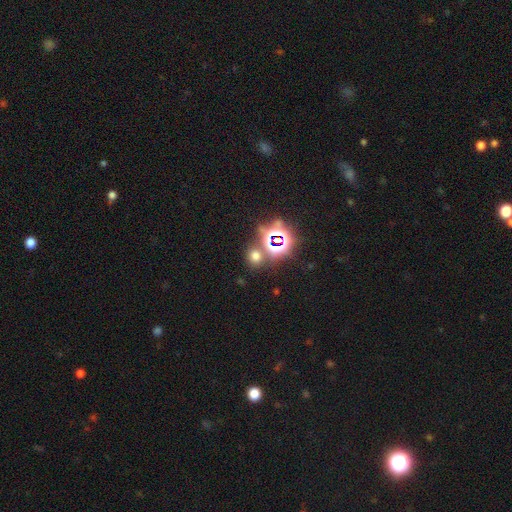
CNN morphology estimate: smooth 53%, star or artifact 40%, featured or disk 7%. Down the decision tree: how rounded — round (71%); merging — none (75%).